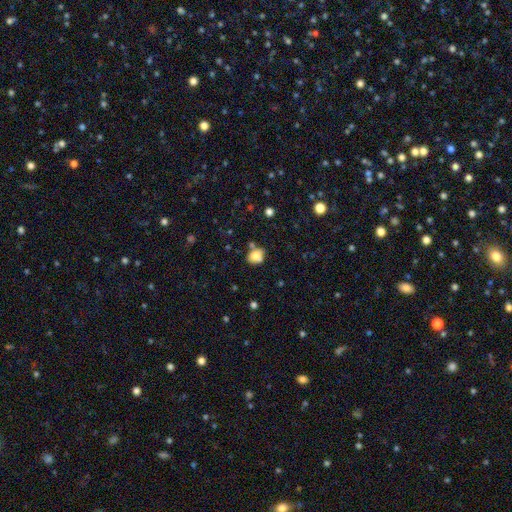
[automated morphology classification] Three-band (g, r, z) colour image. It shows a smooth galaxy with no disk features (75%) that is round (52%). Merging: none (56%).